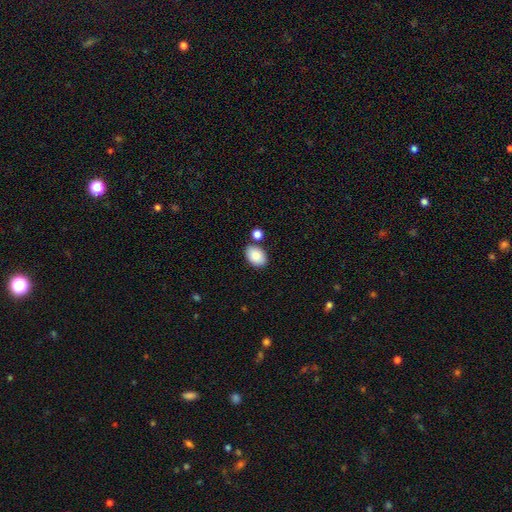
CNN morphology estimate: Smooth or featured? smooth (87%)
How rounded? in between (87%)
Merging? none (77%)